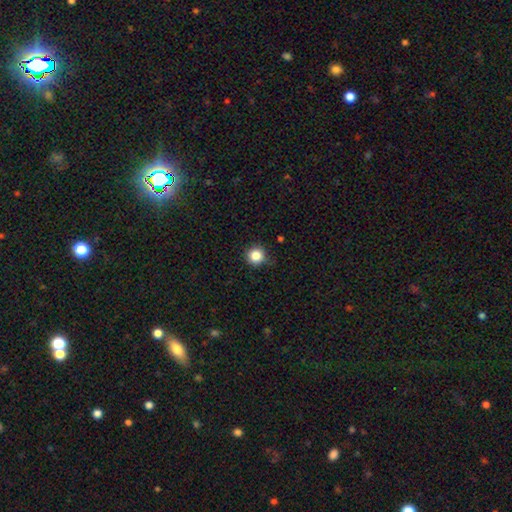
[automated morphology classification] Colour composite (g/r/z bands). It shows a smooth galaxy with no disk features (85%) that is round (95%). Merging: none (85%).